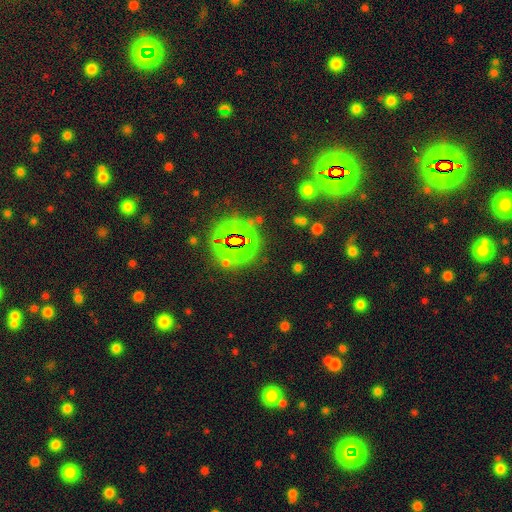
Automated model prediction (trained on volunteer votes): Smooth or featured?
  - star or artifact: 78% *
  - smooth: 14%
  - featured or disk: 8%